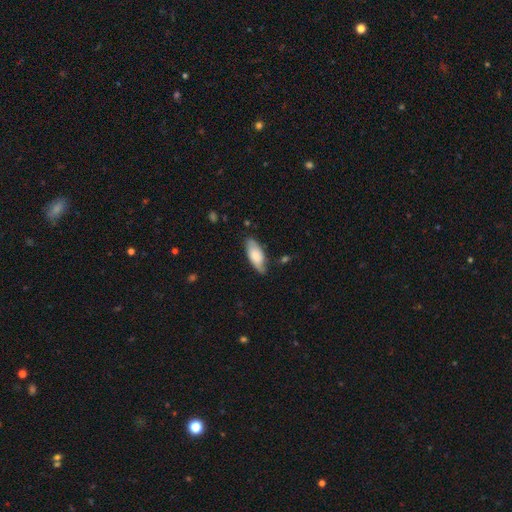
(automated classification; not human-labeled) Smooth or featured?
  - smooth: 71% *
  - featured or disk: 23%
  - star or artifact: 6%
How rounded?
  - in between: 81% *
  - cigar-shaped: 17%
  - round: 2%
Merging?
  - none: 69% *
  - minor disturbance: 24%
  - major disturbance: 4%
  - merger: 2%